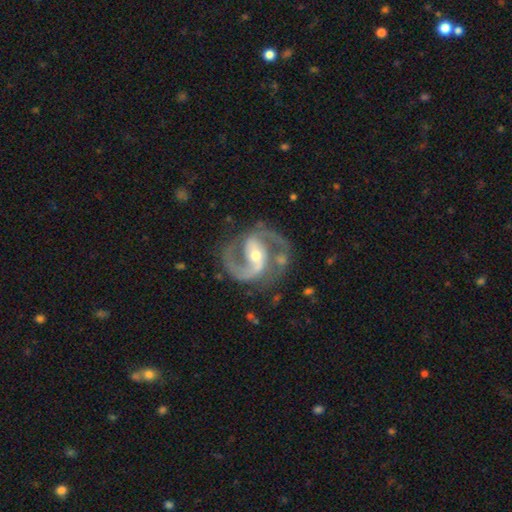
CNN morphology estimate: smooth-or-featured: featured or disk: 93% | star or artifact: 4% | smooth: 3%
  disk-edge-on: no: 98% | yes: 2%
    bar: weak: 40% | strong: 36% | no: 24%
    has-spiral-arms: yes: 98% | no: 2%
      spiral-winding: medium: 67% | tight: 18% | loose: 14%
      spiral-arm-count: 2: 93% | 3: 2% | can't tell: 1% | 1: 1% | 4: 1% | more than 4: 1%
    bulge-size: moderate: 61% | small: 33% | large: 4% | none: 1% | dominant: 1%
  merging: none: 78% | minor disturbance: 13% | major disturbance: 6% | merger: 2%